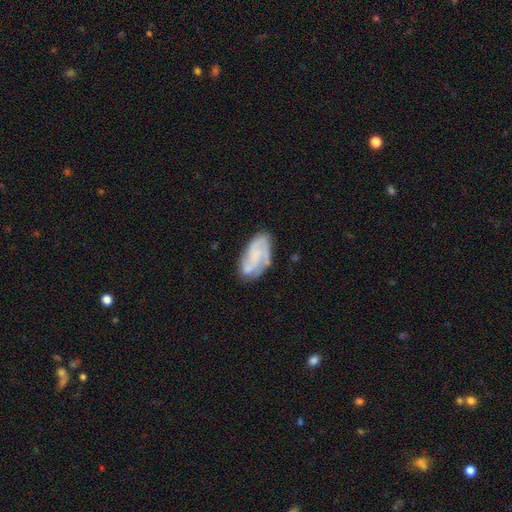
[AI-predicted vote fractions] The model was most divided on "spiral winding" (2-way tie): tight: 41%, medium: 41%, loose: 18%. Remaining: edge-on disk — no (96%); spiral arms — yes (87%); merging — none (65%); smooth or featured — featured or disk (65%); bar — no (65%); bulge size — none (52%); spiral arm count — 3 (30%).